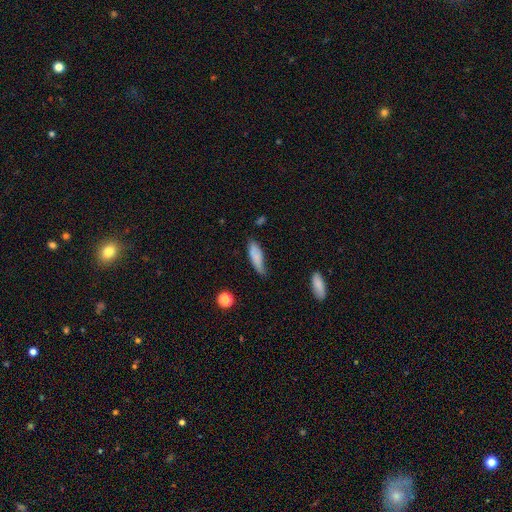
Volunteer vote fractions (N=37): This is clearly a smooth galaxy (81%). How rounded: likely in between (63%). Merging: possibly none (47%).